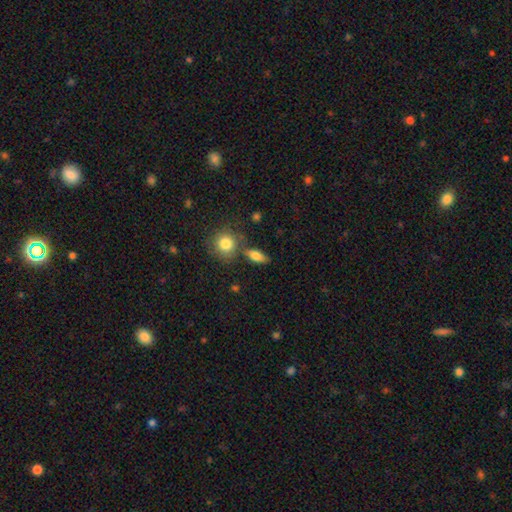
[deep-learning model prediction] This appears to be a smooth galaxy with no disk features (80%) that is in between round and cigar-shaped (76%). Merging: none (68%).